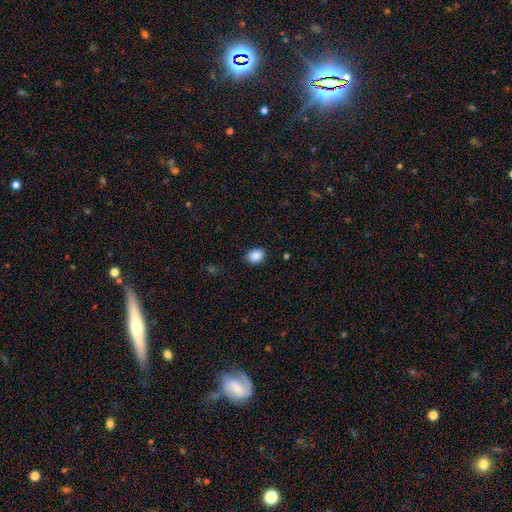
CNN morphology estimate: Q: Smooth or featured?
A: smooth (88%); runner-up: star or artifact (9%)
Q: How rounded?
A: round (54%); runner-up: in between (46%)
Q: Merging?
A: none (89%); runner-up: minor disturbance (8%)